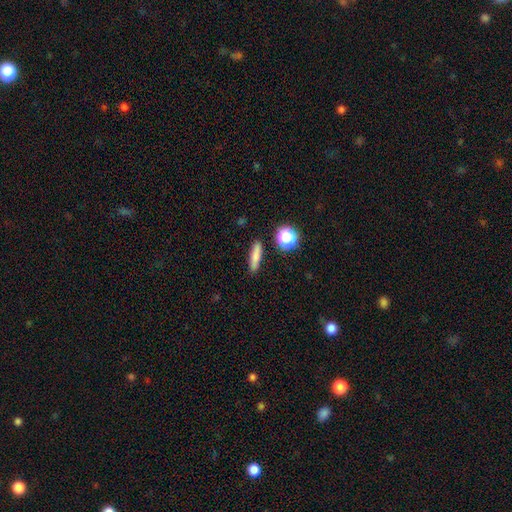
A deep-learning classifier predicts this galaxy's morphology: smooth 78%, featured or disk 11%, star or artifact 11%. Down the decision tree: how rounded — cigar-shaped (71%); merging — none (88%).